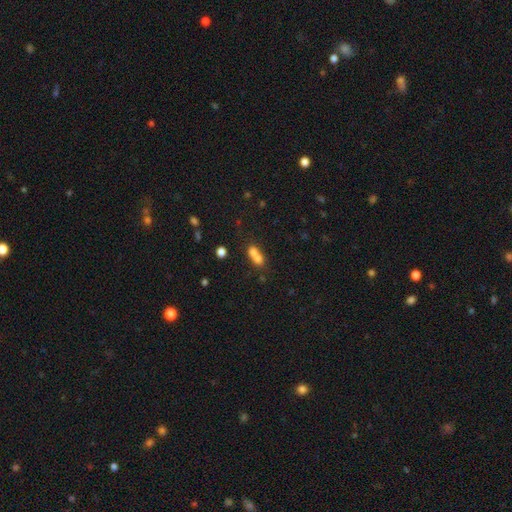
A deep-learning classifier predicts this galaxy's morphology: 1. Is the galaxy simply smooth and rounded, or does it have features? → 70% smooth, 17% featured or disk, 13% star or artifact.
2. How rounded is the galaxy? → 51% in between, 42% round, 7% cigar-shaped.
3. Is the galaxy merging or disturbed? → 67% merger, 22% none, 6% minor disturbance, 4% major disturbance.